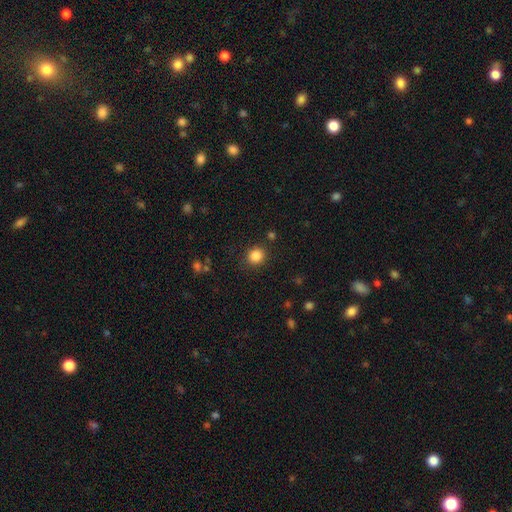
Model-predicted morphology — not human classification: Smooth or featured? Predicted: smooth (p=0.85). How rounded? Predicted: round (p=0.87). Merging? Predicted: none (p=0.87).